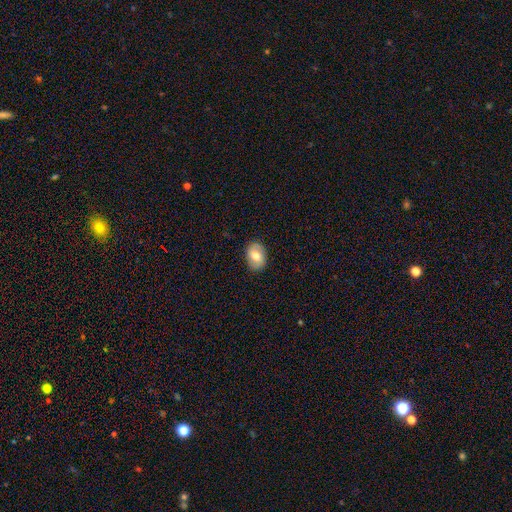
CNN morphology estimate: smooth 61%, featured or disk 32%, star or artifact 7%. Down the decision tree: how rounded — in between (77%); merging — none (86%).